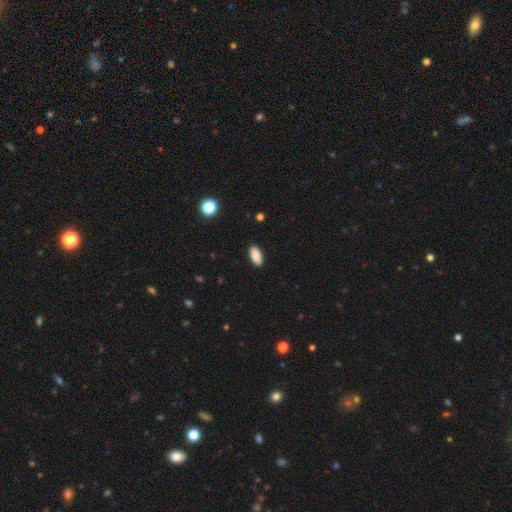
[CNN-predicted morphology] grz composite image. It shows a smooth galaxy with no disk features (87%) that is in between round and cigar-shaped (92%). Merging: none (89%).